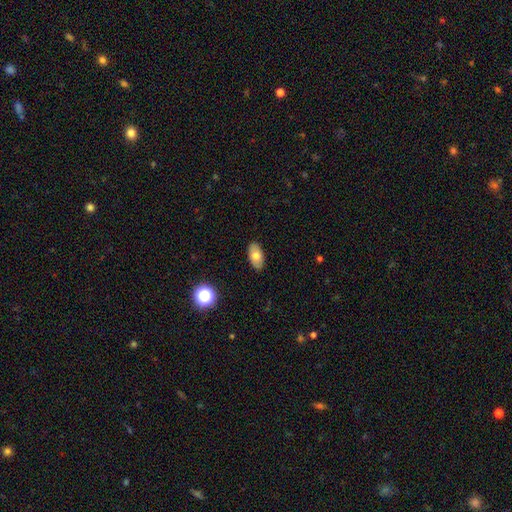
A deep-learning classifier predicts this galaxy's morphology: Q: Smooth or featured?
A: smooth (74%); runner-up: featured or disk (18%)
Q: How rounded?
A: in between (92%); runner-up: round (5%)
Q: Merging?
A: none (88%); runner-up: minor disturbance (9%)